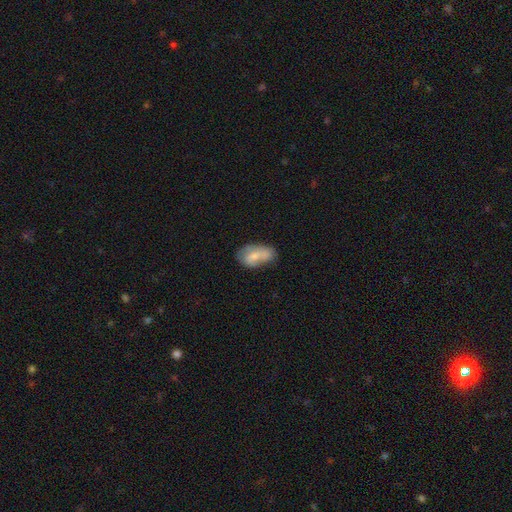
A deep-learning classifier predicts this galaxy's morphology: The model was most divided on "merging": none: 46%, minor disturbance: 34%, major disturbance: 13%, merger: 6%. More confident: how rounded — in between (91%); smooth or featured — smooth (60%).